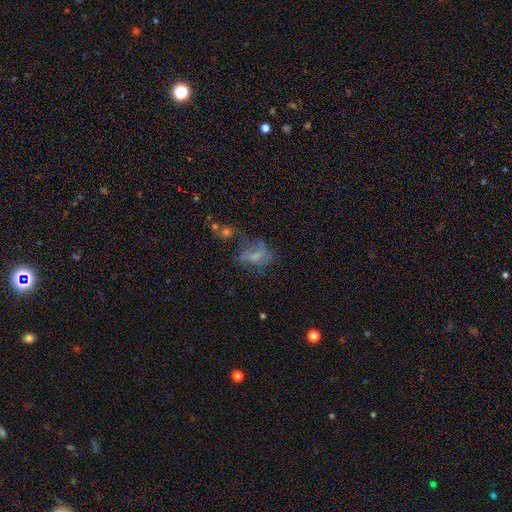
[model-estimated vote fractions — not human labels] This appears to be a featured or disk galaxy (46%). Merging: major disturbance (36%).